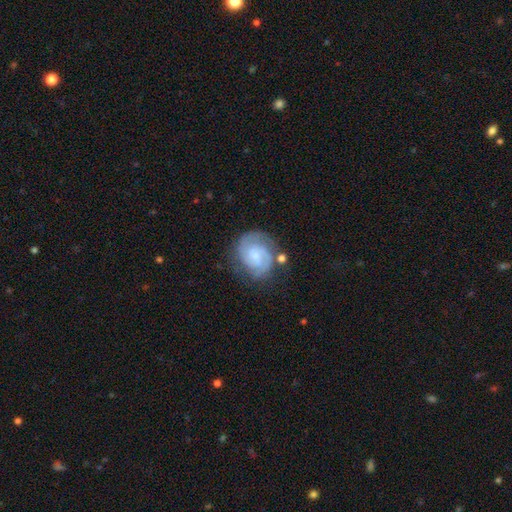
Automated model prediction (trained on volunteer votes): Smooth or featured: featured or disk — 75% (smooth — 18%)
Edge-on disk: no — 98% (yes — 2%)
Bar: no — 57% (weak — 37%)
Spiral arms: yes — 95% (no — 5%)
Spiral winding: tight — 54% (medium — 37%)
Spiral arm count: 2 — 65% (can't tell — 16%)
Bulge size: small — 54% (moderate — 27%)
Merging: none — 66% (minor disturbance — 19%)